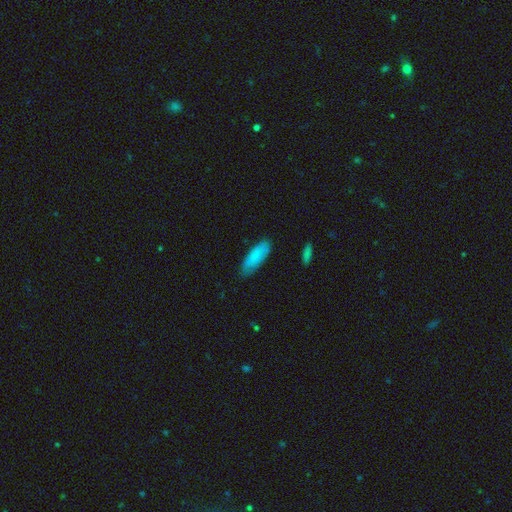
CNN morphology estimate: Smooth or featured: smooth — 78% (featured or disk — 16%)
How rounded: in between — 67% (cigar-shaped — 31%)
Merging: none — 78% (minor disturbance — 18%)